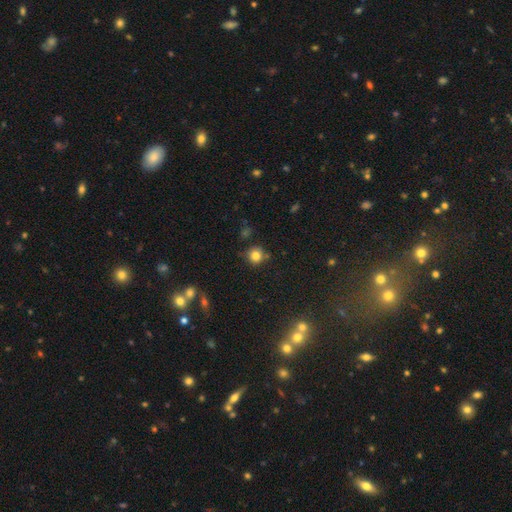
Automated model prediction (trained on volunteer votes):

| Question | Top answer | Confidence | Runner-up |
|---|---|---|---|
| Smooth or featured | smooth | 81% | star or artifact (13%) |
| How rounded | round | 91% | in between (8%) |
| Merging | none | 78% | minor disturbance (14%) |